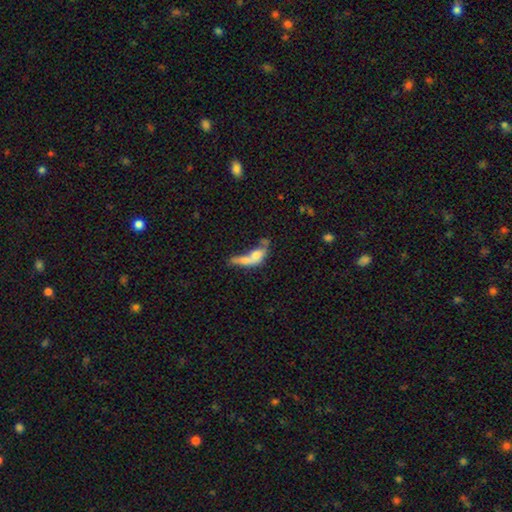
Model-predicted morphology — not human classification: smooth_or_featured: smooth (p=0.57) [alt: featured or disk p=0.32]
how_rounded: in between (p=0.59) [alt: cigar-shaped p=0.31]
merging: merger (p=0.48) [alt: major disturbance p=0.25]